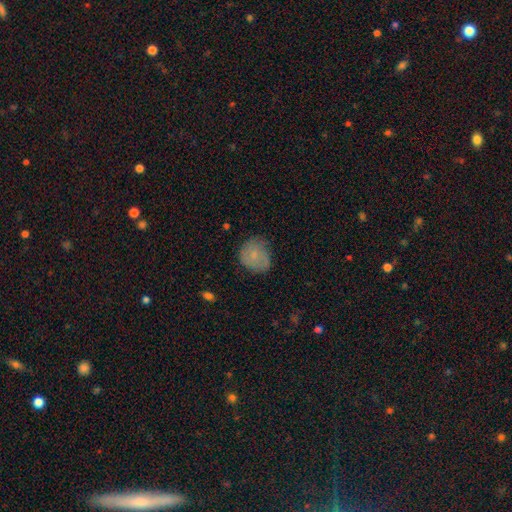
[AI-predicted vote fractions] smooth_or_featured: smooth (p=0.74) [alt: featured or disk p=0.18]
how_rounded: round (p=0.75) [alt: in between p=0.24]
merging: none (p=0.67) [alt: minor disturbance p=0.25]